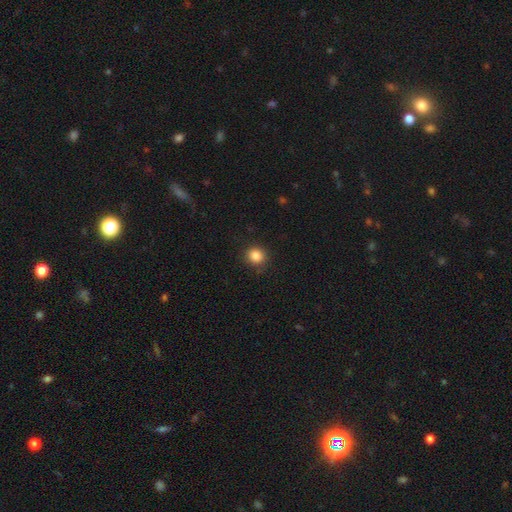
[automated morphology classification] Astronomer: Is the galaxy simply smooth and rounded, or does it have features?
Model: smooth — 86%.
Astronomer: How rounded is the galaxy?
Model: round — 85%.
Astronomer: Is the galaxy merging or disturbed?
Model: none — 88%.